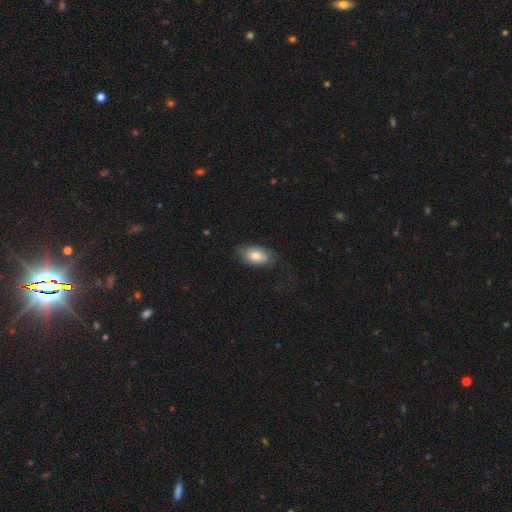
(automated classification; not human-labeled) This is likely a smooth galaxy (70%). How rounded: clearly in between (92%). Merging: likely none (60%).